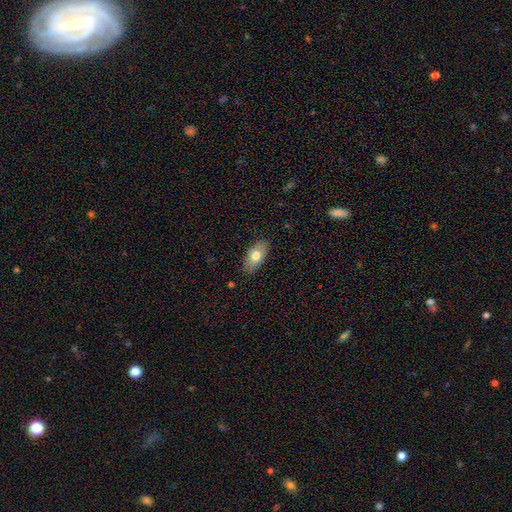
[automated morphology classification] This appears to be a smooth galaxy with no disk features (74%) that is in between round and cigar-shaped (91%). Merging: none (85%).